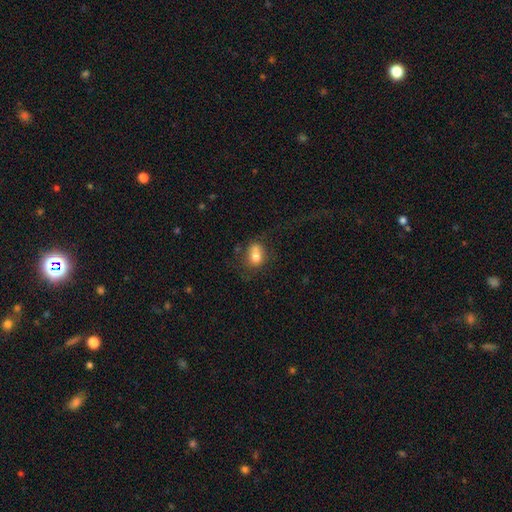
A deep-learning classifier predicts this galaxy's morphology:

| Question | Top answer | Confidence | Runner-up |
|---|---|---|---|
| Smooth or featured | smooth | 73% | featured or disk (16%) |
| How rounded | round | 50% | in between (49%) |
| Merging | none | 46% | merger (25%) |